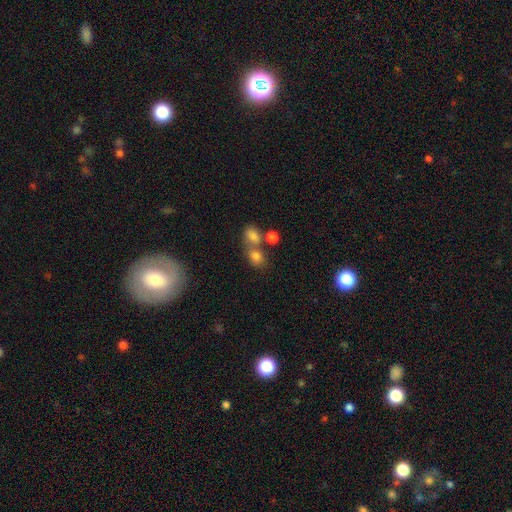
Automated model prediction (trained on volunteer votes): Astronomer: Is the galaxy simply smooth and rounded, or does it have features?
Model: smooth — 76%.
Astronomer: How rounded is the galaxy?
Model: in between — 50% (runner-up: round, 48%).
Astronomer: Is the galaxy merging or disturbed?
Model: merger — 45% (runner-up: none, 40%).